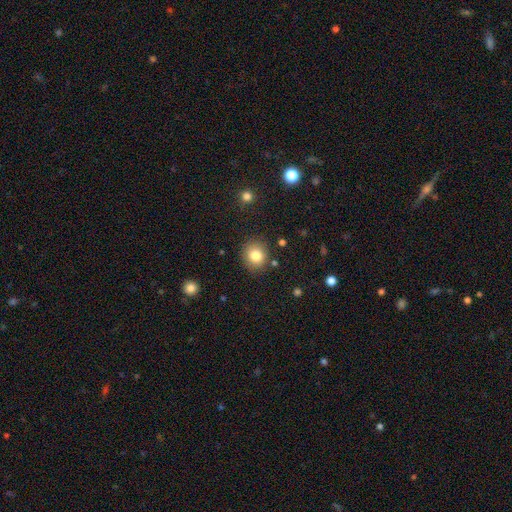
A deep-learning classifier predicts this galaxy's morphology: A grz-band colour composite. It shows a smooth galaxy with no disk features (82%) that is round (82%). Merging: none (86%).